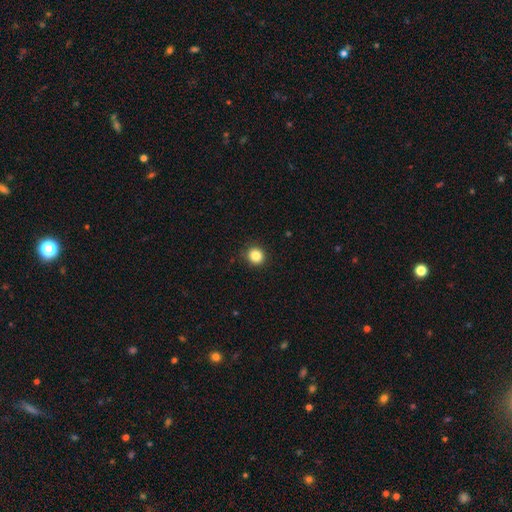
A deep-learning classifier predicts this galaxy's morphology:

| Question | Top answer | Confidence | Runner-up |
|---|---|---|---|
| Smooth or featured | smooth | 85% | star or artifact (10%) |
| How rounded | round | 88% | in between (11%) |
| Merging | none | 90% | minor disturbance (7%) |